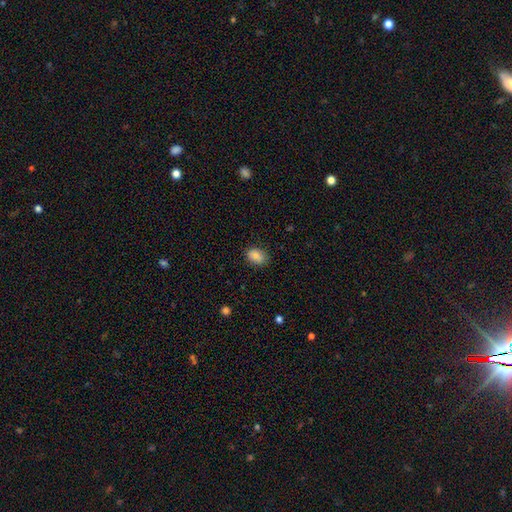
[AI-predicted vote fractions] A smooth galaxy with no disk features (82%) that is in between round and cigar-shaped (72%).

Vote fractions:
- Smooth or featured? smooth: 82% / featured or disk: 10% / star or artifact: 8%
- How rounded? in between: 72% / round: 27% / cigar-shaped: 1%
- Merging? none: 83% / minor disturbance: 14% / major disturbance: 3% / merger: 1%